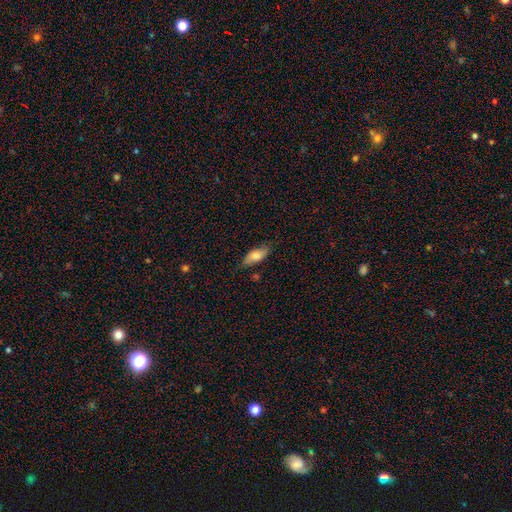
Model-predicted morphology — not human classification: This appears to be a smooth galaxy with no disk features (75%) that is in between round and cigar-shaped (82%). Merging: none (72%).